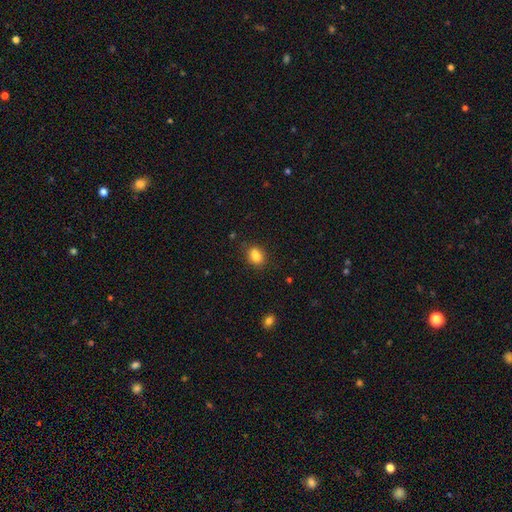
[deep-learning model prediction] A smooth galaxy with no disk features (81%) that is in between round and cigar-shaped (59%). Merging: none (68%).